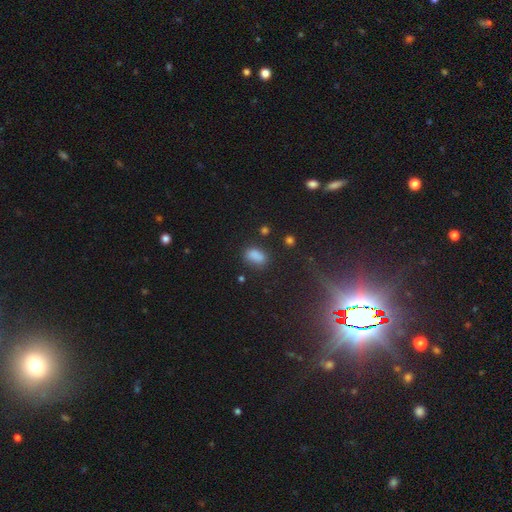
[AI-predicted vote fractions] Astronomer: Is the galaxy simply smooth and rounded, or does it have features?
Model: smooth — 83%.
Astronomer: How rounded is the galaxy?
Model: in between — 86%.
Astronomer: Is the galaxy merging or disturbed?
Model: none — 67%.